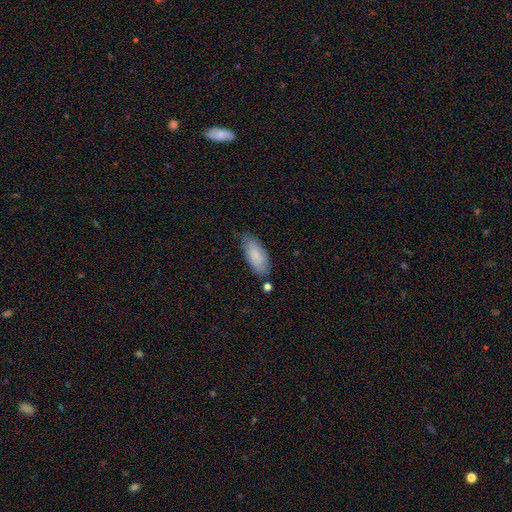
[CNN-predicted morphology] Smooth or featured? smooth (79%)
How rounded? in between (83%)
Merging? none (71%)